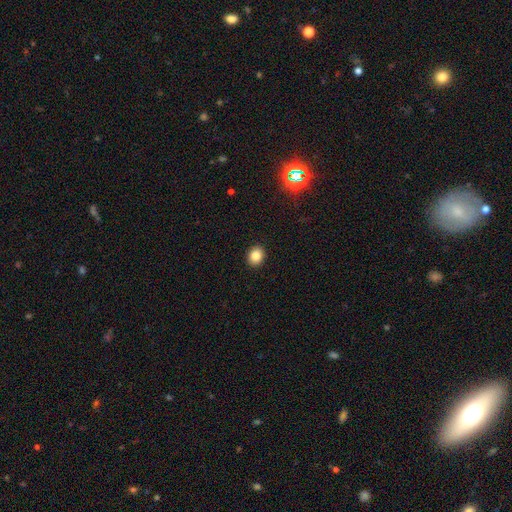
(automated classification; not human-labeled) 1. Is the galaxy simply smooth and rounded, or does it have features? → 85% smooth, 10% star or artifact, 5% featured or disk.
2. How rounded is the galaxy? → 53% round, 46% in between, 1% cigar-shaped.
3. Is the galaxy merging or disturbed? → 91% none, 6% minor disturbance, 2% major disturbance, 1% merger.